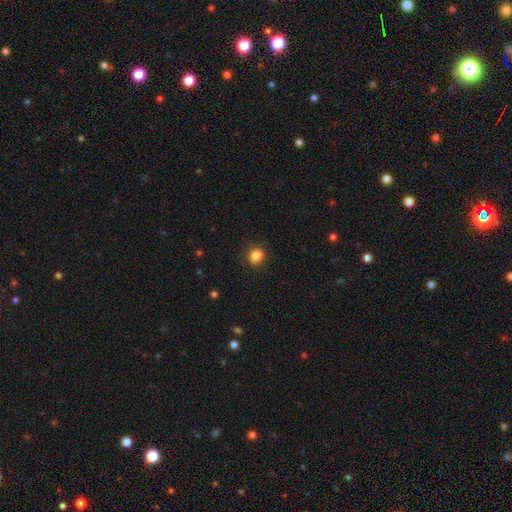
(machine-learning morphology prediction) A smooth galaxy with no disk features (82%) that is round (63%).

Vote fractions:
- Smooth or featured? smooth: 82% / star or artifact: 11% / featured or disk: 6%
- How rounded? round: 63% / in between: 36% / cigar-shaped: 1%
- Merging? none: 70% / minor disturbance: 17% / merger: 9% / major disturbance: 4%